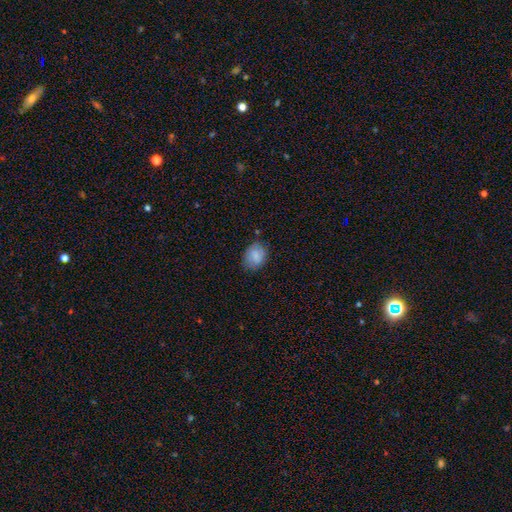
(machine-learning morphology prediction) A smooth galaxy with no disk features (77%) that is in between round and cigar-shaped (65%).

Vote fractions:
- Smooth or featured? smooth: 77% / featured or disk: 15% / star or artifact: 8%
- How rounded? in between: 65% / round: 34% / cigar-shaped: 1%
- Merging? none: 74% / minor disturbance: 20% / major disturbance: 4% / merger: 2%